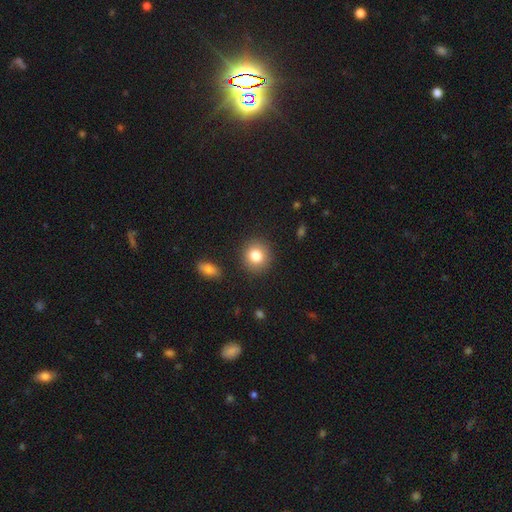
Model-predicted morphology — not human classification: This is clearly a smooth galaxy (81%). How rounded: clearly round (87%). Merging: clearly none (89%).